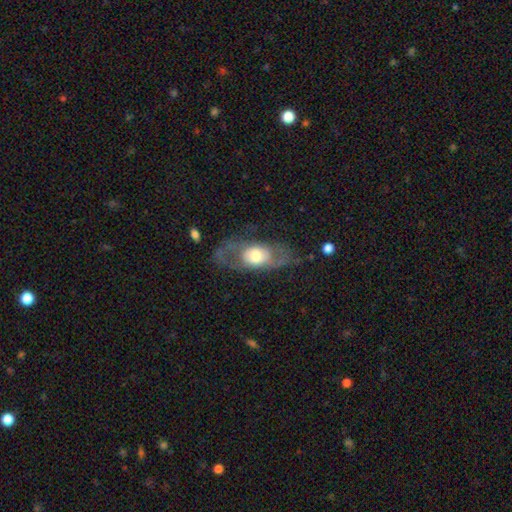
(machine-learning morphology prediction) A featured or disk galaxy (62%) with no bar (75%), spiral arms (53%) and a moderate central bulge (52%).

Vote fractions:
- Smooth or featured? featured or disk: 62% / smooth: 32% / star or artifact: 6%
- Edge-on disk? no: 86% / yes: 14%
- Bar? no: 75% / weak: 19% / strong: 6%
- Spiral arms? yes: 53% / no: 47%
- Bulge size? moderate: 52% / large: 32% / small: 11% / dominant: 4% / none: 1%
- Merging? none: 58% / major disturbance: 21% / minor disturbance: 18% / merger: 2%